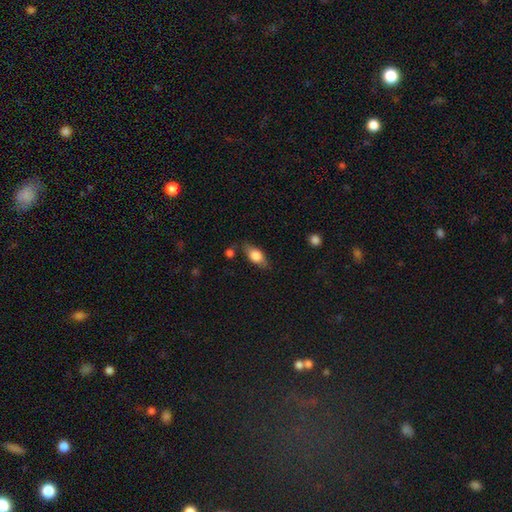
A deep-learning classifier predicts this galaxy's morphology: Smooth or featured?
  - smooth: 72% *
  - featured or disk: 21%
  - star or artifact: 7%
How rounded?
  - in between: 83% *
  - cigar-shaped: 9%
  - round: 8%
Merging?
  - none: 71% *
  - minor disturbance: 20%
  - major disturbance: 5%
  - merger: 4%